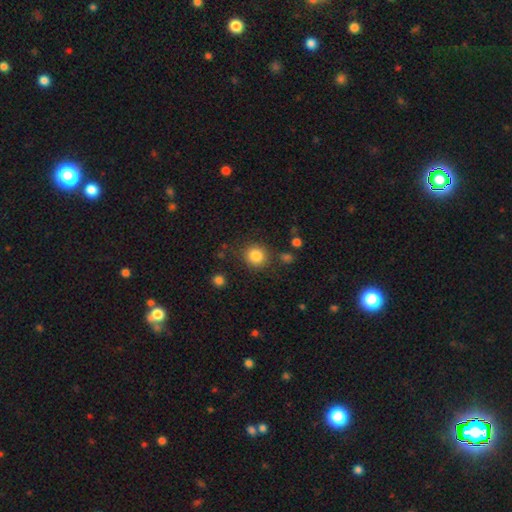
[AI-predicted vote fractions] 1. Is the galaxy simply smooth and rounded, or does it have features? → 84% smooth, 10% star or artifact, 5% featured or disk.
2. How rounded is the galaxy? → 90% round, 9% in between, 1% cigar-shaped.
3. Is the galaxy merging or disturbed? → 83% none, 9% minor disturbance, 4% major disturbance, 4% merger.